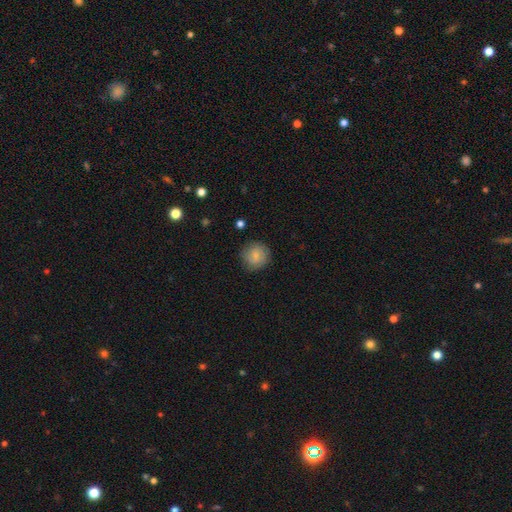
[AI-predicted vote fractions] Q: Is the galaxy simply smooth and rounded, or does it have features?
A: smooth — 73%.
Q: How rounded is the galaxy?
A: round — 91%.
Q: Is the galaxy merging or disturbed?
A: none — 81%.